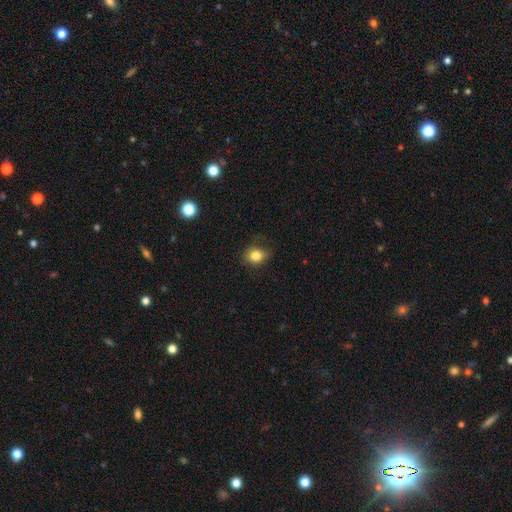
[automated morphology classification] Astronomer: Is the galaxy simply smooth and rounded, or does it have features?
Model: smooth — 81%.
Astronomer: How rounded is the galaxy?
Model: round — 58% (runner-up: in between, 41%).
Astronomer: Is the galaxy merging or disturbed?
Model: none — 68%.